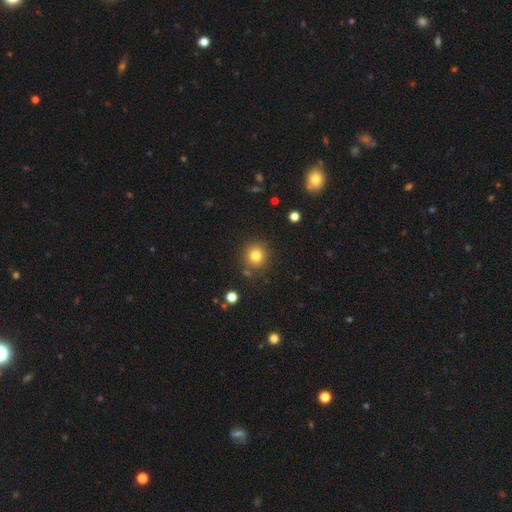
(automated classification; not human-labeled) This appears to be a smooth galaxy with no disk features (80%) that is round (93%). Merging: none (86%).